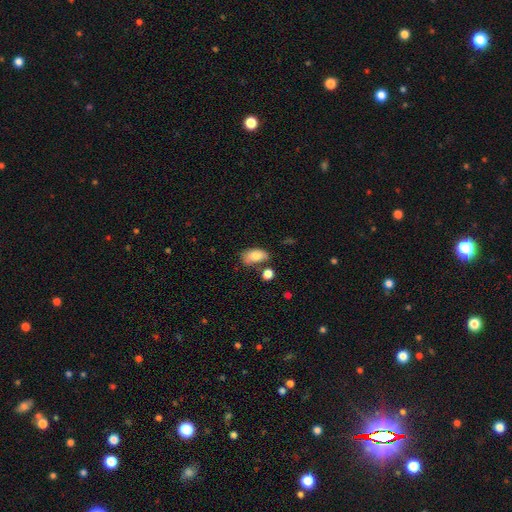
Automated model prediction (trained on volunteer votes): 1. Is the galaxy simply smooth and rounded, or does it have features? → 82% smooth, 10% featured or disk, 8% star or artifact.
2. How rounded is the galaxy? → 91% in between, 6% round, 2% cigar-shaped.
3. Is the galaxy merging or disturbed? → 48% none, 27% minor disturbance, 15% merger, 10% major disturbance.